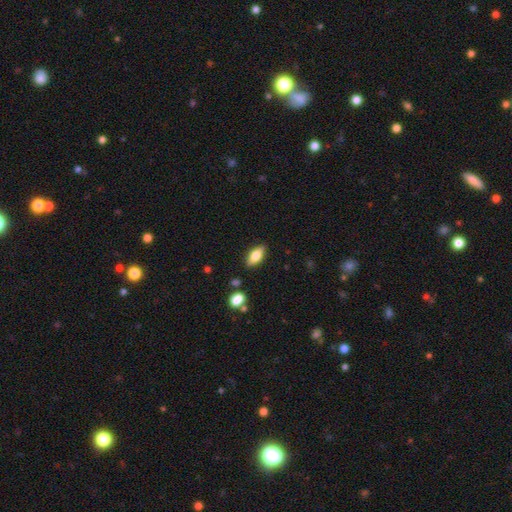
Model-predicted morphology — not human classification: smooth_or_featured: smooth (p=0.72) [alt: featured or disk p=0.21]
how_rounded: in between (p=0.82) [alt: cigar-shaped p=0.15]
merging: none (p=0.85) [alt: minor disturbance p=0.10]